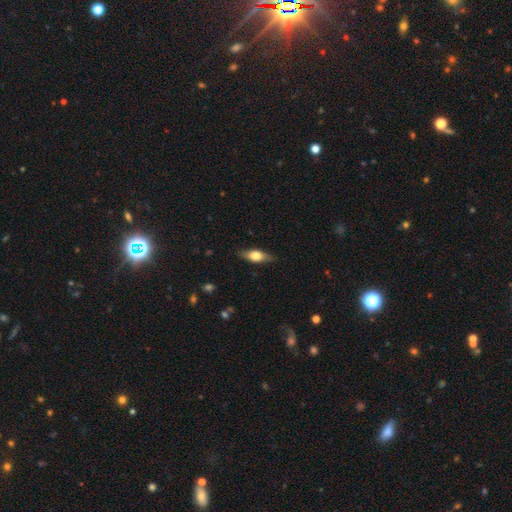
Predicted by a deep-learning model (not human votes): smooth_or_featured: smooth (p=0.60) [alt: featured or disk p=0.33]
how_rounded: in between (p=0.70) [alt: cigar-shaped p=0.25]
merging: none (p=0.84) [alt: minor disturbance p=0.13]